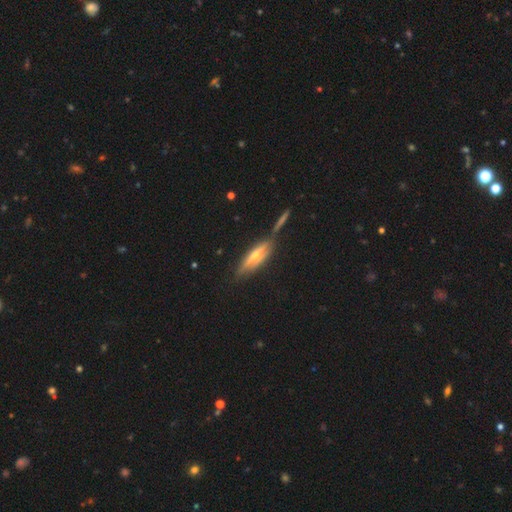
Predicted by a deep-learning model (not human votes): Q: Smooth or featured?
A: featured or disk (64%); runner-up: smooth (28%)
Q: Edge-on disk?
A: yes (80%); runner-up: no (20%)
Q: Edge-on bulge?
A: rounded (80%); runner-up: none (11%)
Q: Merging?
A: none (64%); runner-up: minor disturbance (16%)